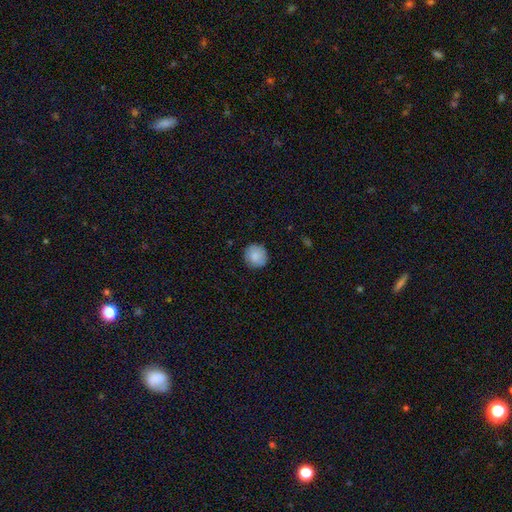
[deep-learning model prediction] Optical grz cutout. It shows a smooth galaxy with no disk features (85%) that is round (94%). Merging: none (88%).